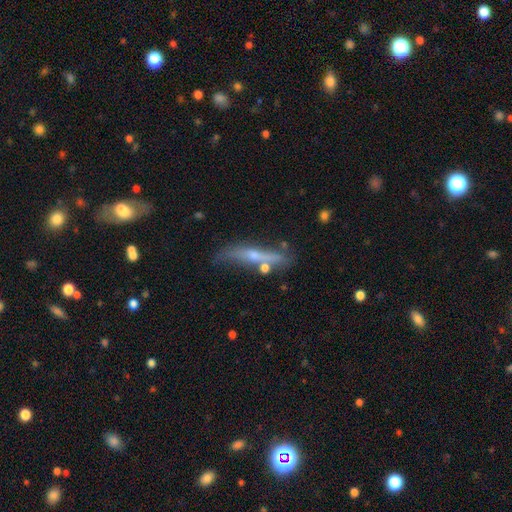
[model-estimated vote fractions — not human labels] This appears to be a featured or disk galaxy (59%) viewed edge-on (85%) with a rounded central bulge (76%). Merging: none (60%).